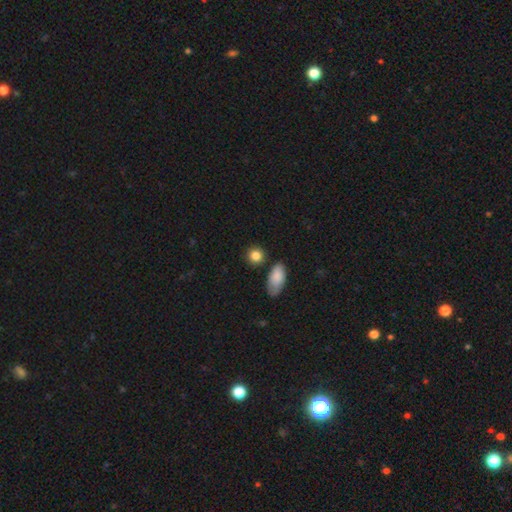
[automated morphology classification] type=smooth (85%); roundness=round (81%); merging=none (80%).